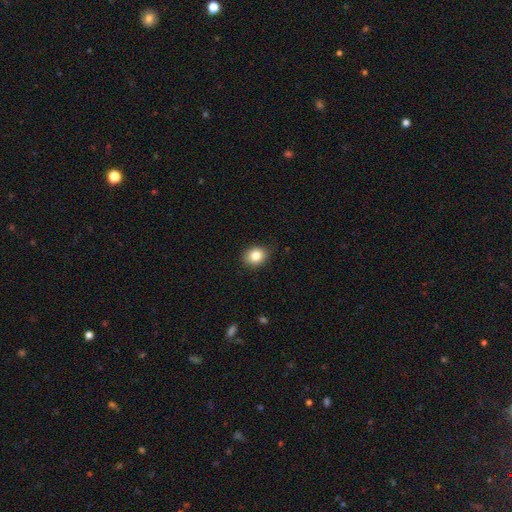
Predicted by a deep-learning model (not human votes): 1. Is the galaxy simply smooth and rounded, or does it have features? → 83% smooth, 10% star or artifact, 7% featured or disk.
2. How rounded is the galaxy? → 54% round, 45% in between, 1% cigar-shaped.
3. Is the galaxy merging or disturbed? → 85% none, 12% minor disturbance, 2% major disturbance, 1% merger.